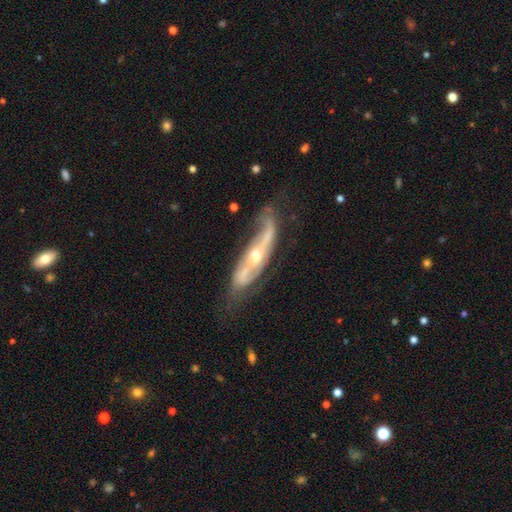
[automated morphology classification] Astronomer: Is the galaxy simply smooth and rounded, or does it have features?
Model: featured or disk — 82%.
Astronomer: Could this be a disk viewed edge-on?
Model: no — 74%.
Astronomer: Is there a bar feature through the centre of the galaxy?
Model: no — 52% (runner-up: weak, 28%).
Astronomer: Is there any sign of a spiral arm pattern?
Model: yes — 88%.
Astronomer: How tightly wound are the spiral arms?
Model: loose — 39%, tied with medium at 39%.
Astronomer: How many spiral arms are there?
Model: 2 — 73%.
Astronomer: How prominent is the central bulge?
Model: moderate — 58% (runner-up: small, 35%).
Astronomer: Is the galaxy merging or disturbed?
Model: none — 54%.